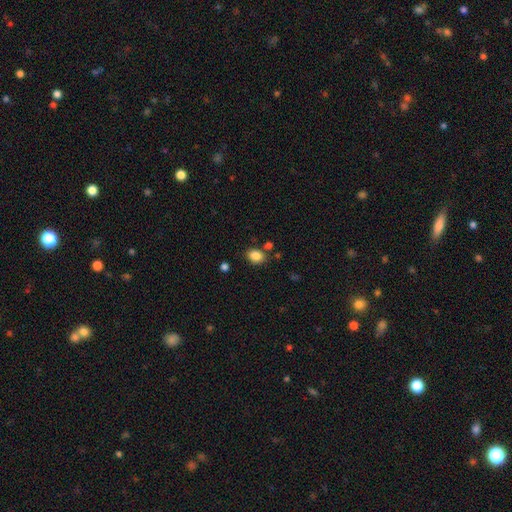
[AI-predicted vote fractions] Smooth or featured: smooth — 85% (star or artifact — 10%)
How rounded: in between — 67% (round — 32%)
Merging: none — 77% (minor disturbance — 12%)